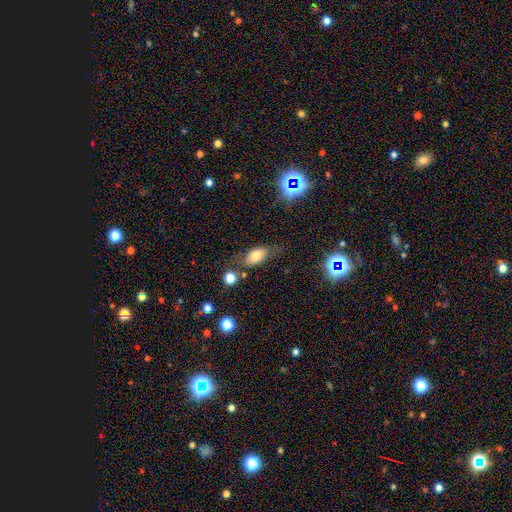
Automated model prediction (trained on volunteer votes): Smooth or featured?
  - smooth: 72% *
  - featured or disk: 17%
  - star or artifact: 11%
How rounded?
  - in between: 85% *
  - round: 8%
  - cigar-shaped: 7%
Merging?
  - none: 64% *
  - minor disturbance: 22%
  - major disturbance: 8%
  - merger: 6%